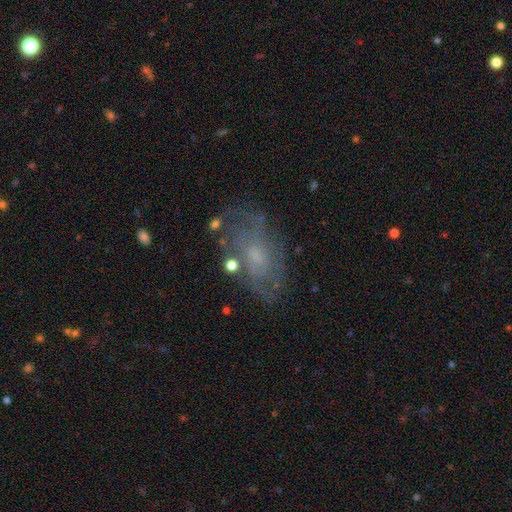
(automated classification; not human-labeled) This appears to be a featured or disk galaxy (58%) with no bar (74%), spiral arms (61%) and a small central bulge (50%). Merging: none (66%).